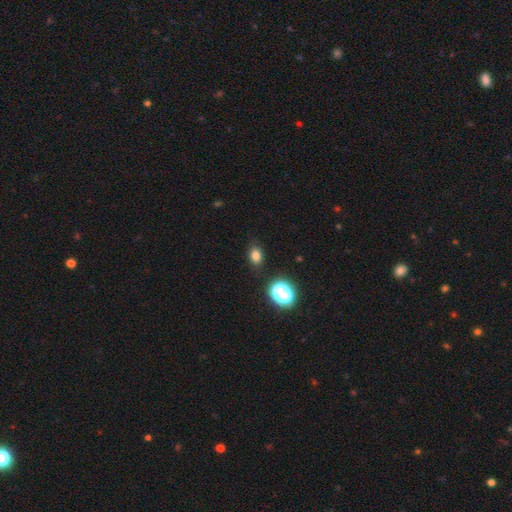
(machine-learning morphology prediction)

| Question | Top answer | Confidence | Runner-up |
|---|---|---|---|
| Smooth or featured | smooth | 77% | star or artifact (17%) |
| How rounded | in between | 69% | round (30%) |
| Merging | none | 83% | minor disturbance (12%) |